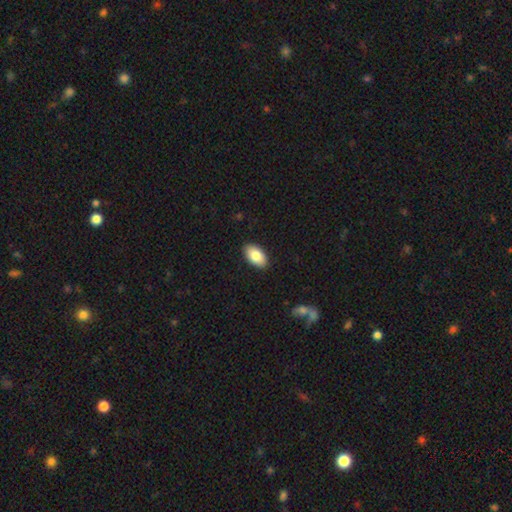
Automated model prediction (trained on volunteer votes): Morphology: type=smooth (84%); roundness=in between (94%); merging=none (90%).